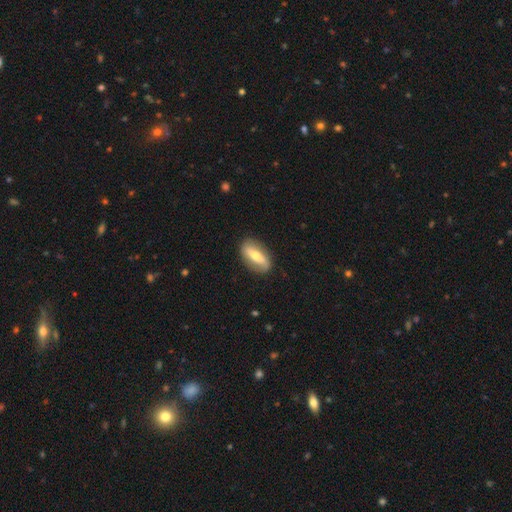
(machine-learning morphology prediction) Smooth or featured?
  - featured or disk: 50% *
  - smooth: 45%
  - star or artifact: 6%
Merging?
  - none: 85% *
  - minor disturbance: 11%
  - major disturbance: 3%
  - merger: 1%